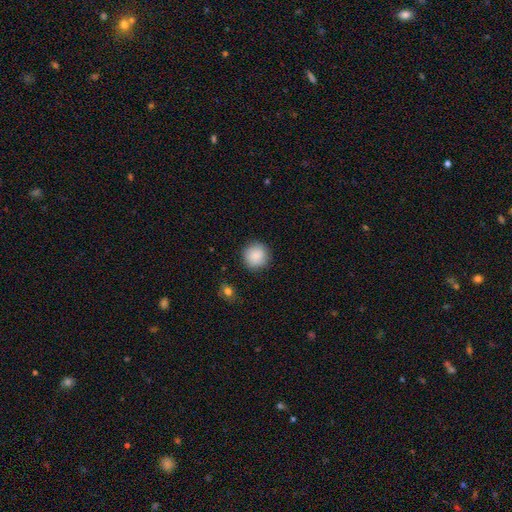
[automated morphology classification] Smooth or featured: smooth — 88% (star or artifact — 8%)
How rounded: round — 94% (in between — 5%)
Merging: none — 89% (minor disturbance — 8%)